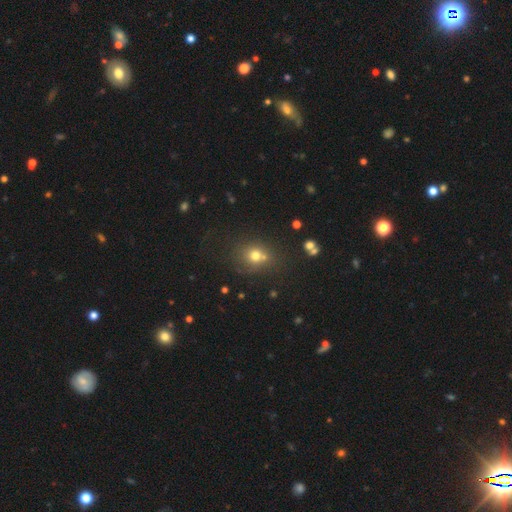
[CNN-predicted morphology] Smooth or featured?
  - smooth: 71% *
  - star or artifact: 17%
  - featured or disk: 12%
How rounded?
  - round: 78% *
  - in between: 21%
  - cigar-shaped: 1%
Merging?
  - none: 60% *
  - merger: 22%
  - minor disturbance: 13%
  - major disturbance: 6%